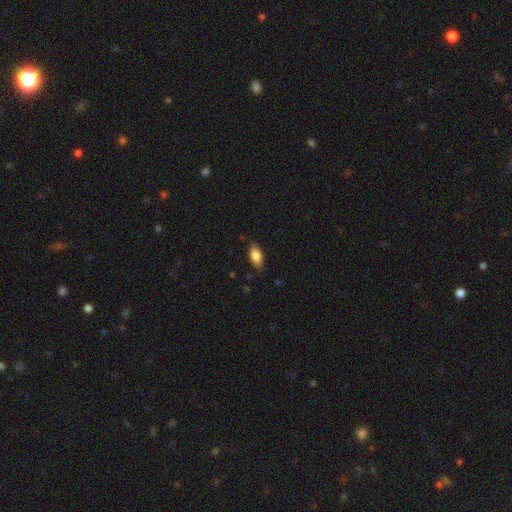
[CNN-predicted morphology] Overall: smooth (84%). How rounded: in between (88%). Merging: none (82%).